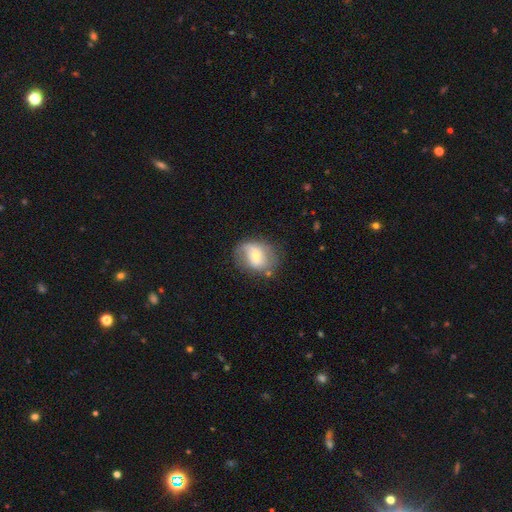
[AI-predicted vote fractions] Morphology: type=smooth (47%); merging=none (59%).